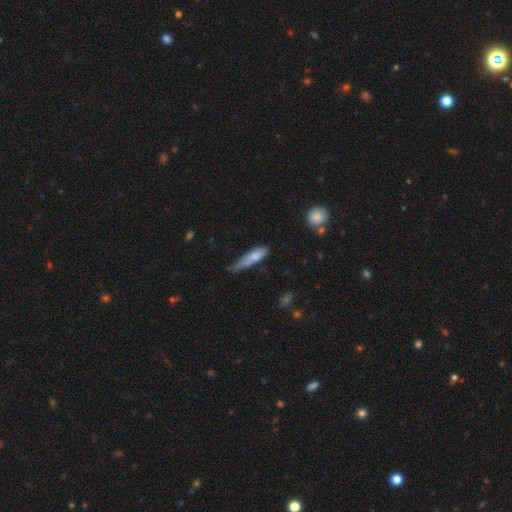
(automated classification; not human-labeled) A smooth galaxy with no disk features (63%) that is cigar-shaped (75%).

Vote fractions:
- Smooth or featured? smooth: 63% / featured or disk: 27% / star or artifact: 10%
- How rounded? cigar-shaped: 75% / in between: 22% / round: 3%
- Merging? minor disturbance: 40% / none: 38% / major disturbance: 18% / merger: 5%